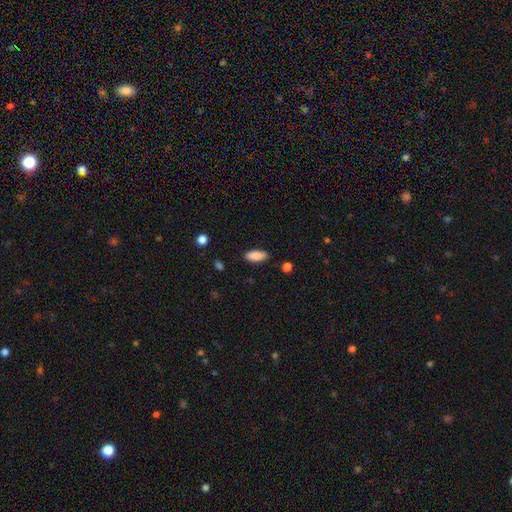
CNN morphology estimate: type=smooth (88%); roundness=in between (84%); merging=none (84%).